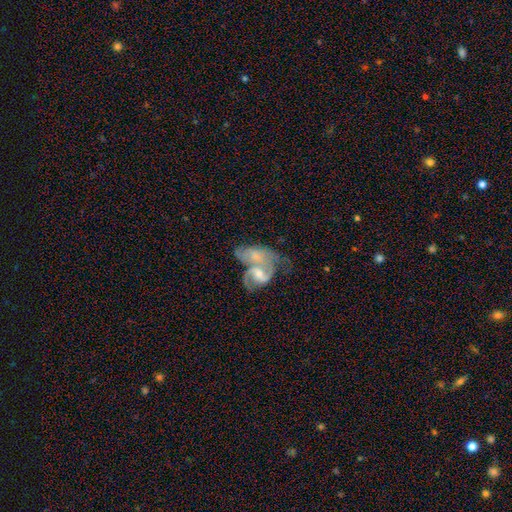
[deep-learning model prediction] Smooth or featured?
  - featured or disk: 76% *
  - smooth: 18%
  - star or artifact: 6%
Edge-on disk?
  - no: 96% *
  - yes: 4%
Bar?
  - weak: 44% *
  - no: 41%
  - strong: 14%
Spiral arms?
  - yes: 89% *
  - no: 11%
Spiral winding?
  - medium: 50% *
  - loose: 27%
  - tight: 23%
Spiral arm count?
  - 2: 73% *
  - can't tell: 13%
  - 1: 7%
  - 3: 4%
  - 4: 1%
  - more than 4: 1%
Bulge size?
  - small: 47% *
  - moderate: 43%
  - none: 5%
  - large: 3%
  - dominant: 1%
Merging?
  - merger: 69% *
  - none: 14%
  - major disturbance: 9%
  - minor disturbance: 8%